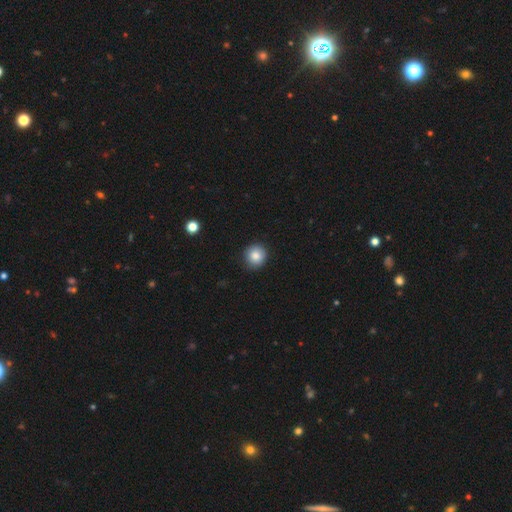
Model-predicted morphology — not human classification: type=smooth (85%); roundness=round (92%); merging=none (89%).